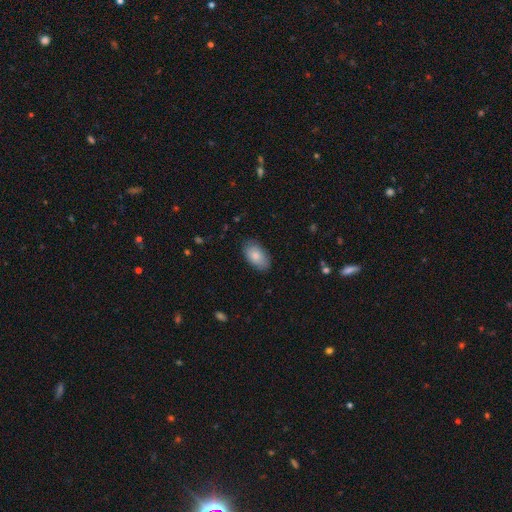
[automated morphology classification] smooth 81%, featured or disk 13%, star or artifact 6%. Down the decision tree: how rounded — in between (94%); merging — none (82%).